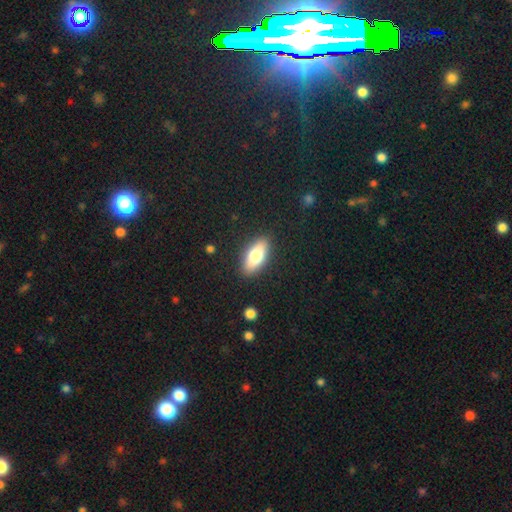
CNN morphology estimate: Smooth or featured: smooth — 72% (featured or disk — 21%)
How rounded: in between — 79% (cigar-shaped — 18%)
Merging: none — 87% (minor disturbance — 9%)